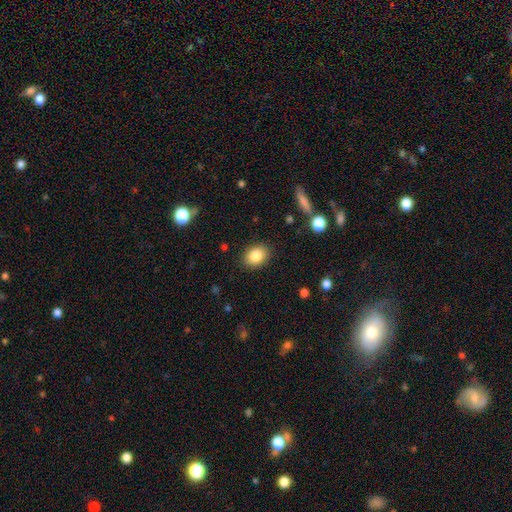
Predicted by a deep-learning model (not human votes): A smooth galaxy with no disk features (85%) that is in between round and cigar-shaped (66%). Merging: none (86%).